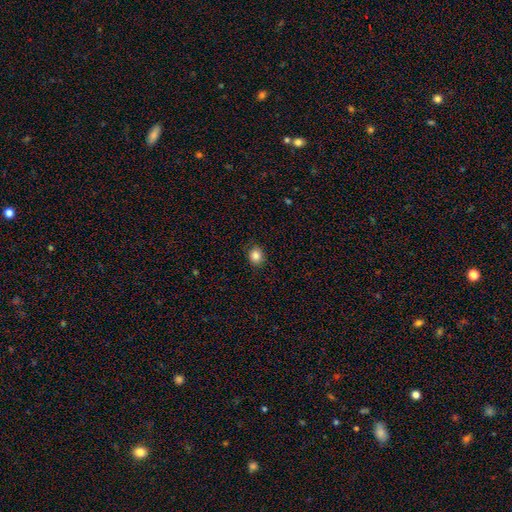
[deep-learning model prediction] This is clearly a smooth galaxy (85%). How rounded: likely round (74%). Merging: clearly none (87%).